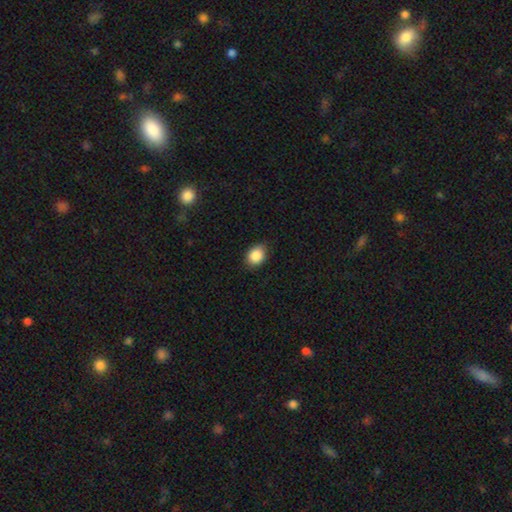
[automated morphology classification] The model was most divided on "how rounded": in between: 60%, round: 39%, cigar-shaped: 1%. More confident: smooth or featured — smooth (87%); merging — none (83%).